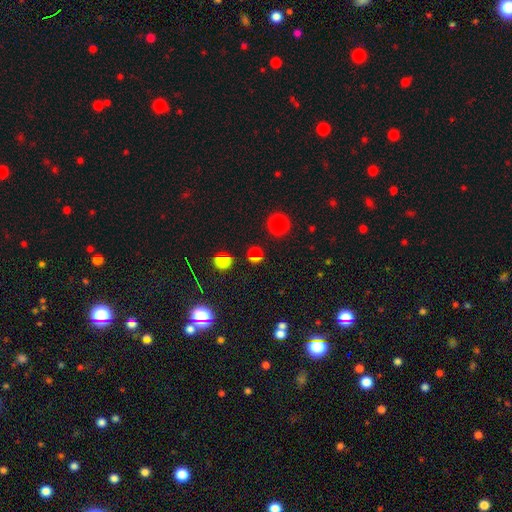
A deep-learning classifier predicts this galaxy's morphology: A star or artifact, not a galaxy (51%).

Vote fractions:
- Smooth or featured? star or artifact: 51% / smooth: 41% / featured or disk: 8%